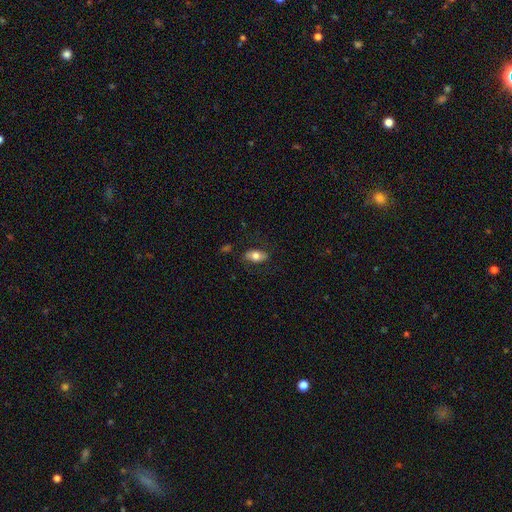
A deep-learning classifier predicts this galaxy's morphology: The model was most divided on "smooth or featured": smooth: 71%, featured or disk: 22%, star or artifact: 7%. More confident: how rounded — in between (87%); merging — none (80%).